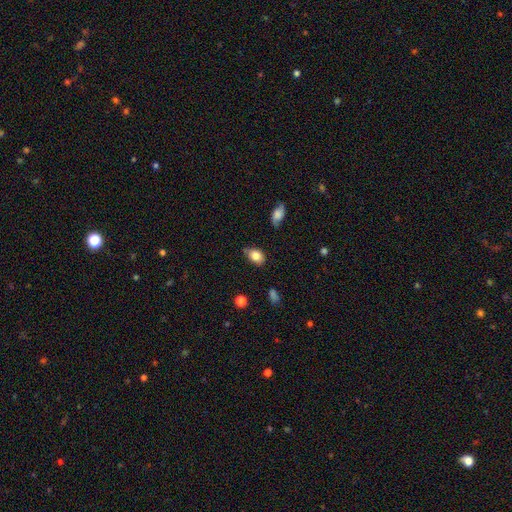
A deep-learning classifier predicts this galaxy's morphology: smooth_or_featured: smooth (p=0.82) [alt: featured or disk p=0.10]
how_rounded: in between (p=0.81) [alt: round p=0.17]
merging: none (p=0.67) [alt: minor disturbance p=0.26]